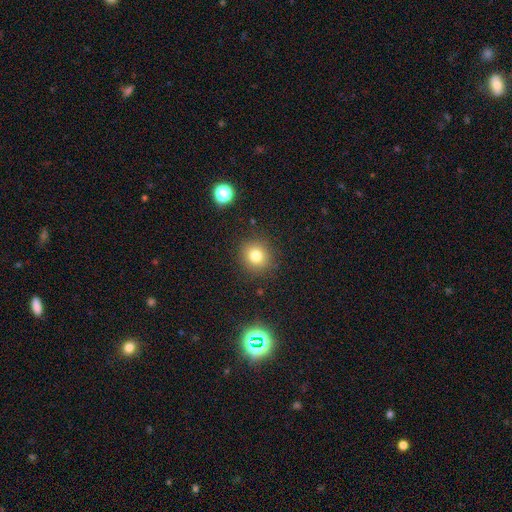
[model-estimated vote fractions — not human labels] A smooth galaxy with no disk features (78%) that is round (87%).

Vote fractions:
- Smooth or featured? smooth: 78% / star or artifact: 14% / featured or disk: 8%
- How rounded? round: 87% / in between: 12% / cigar-shaped: 1%
- Merging? none: 88% / minor disturbance: 7% / major disturbance: 3% / merger: 1%